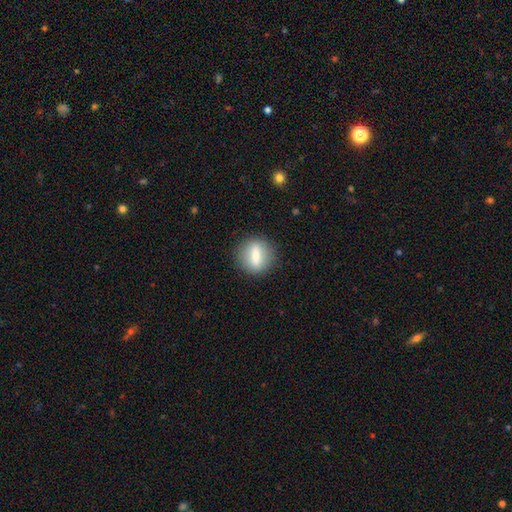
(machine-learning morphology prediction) smooth_or_featured: smooth (p=0.63) [alt: featured or disk p=0.28]
how_rounded: round (p=0.53) [alt: in between p=0.33]
merging: none (p=0.87) [alt: minor disturbance p=0.08]